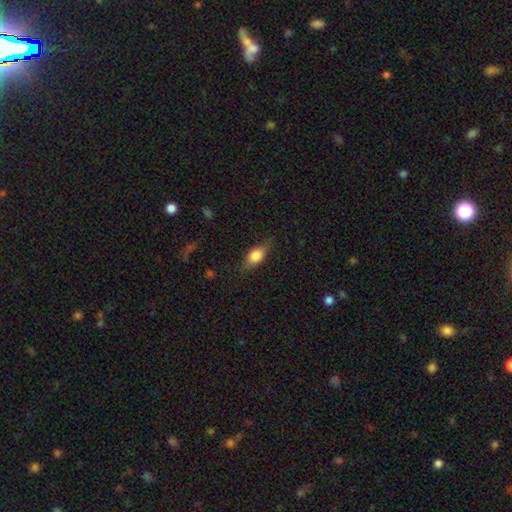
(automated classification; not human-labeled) Q: Smooth or featured?
A: smooth (77%); runner-up: featured or disk (15%)
Q: How rounded?
A: in between (79%); runner-up: round (13%)
Q: Merging?
A: none (75%); runner-up: minor disturbance (19%)